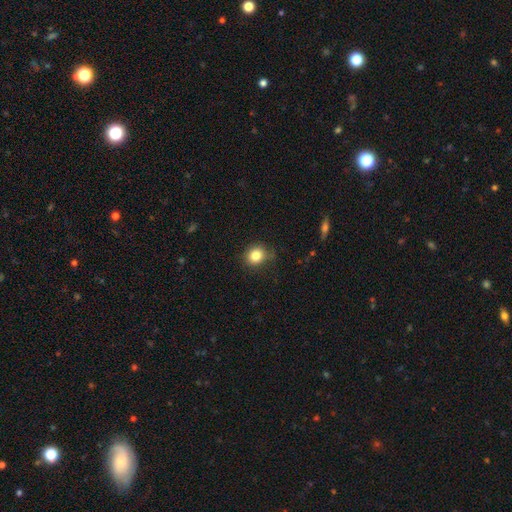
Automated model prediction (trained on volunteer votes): The model was most divided on "how rounded": round: 76%, in between: 23%, cigar-shaped: 1%. More confident: smooth or featured — smooth (82%); merging — none (77%).